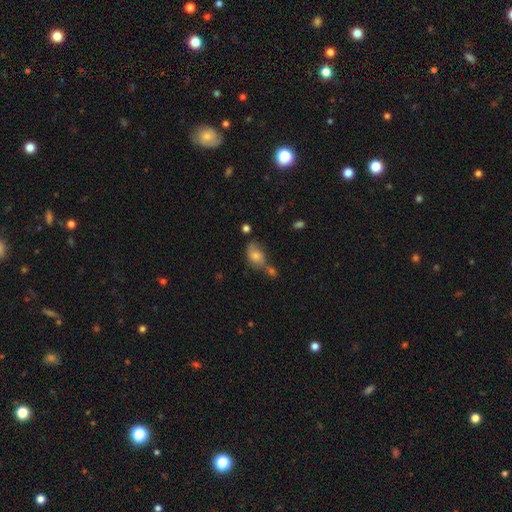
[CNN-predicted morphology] This appears to be a smooth galaxy with no disk features (74%) that is in between round and cigar-shaped (82%). Merging: none (36%).